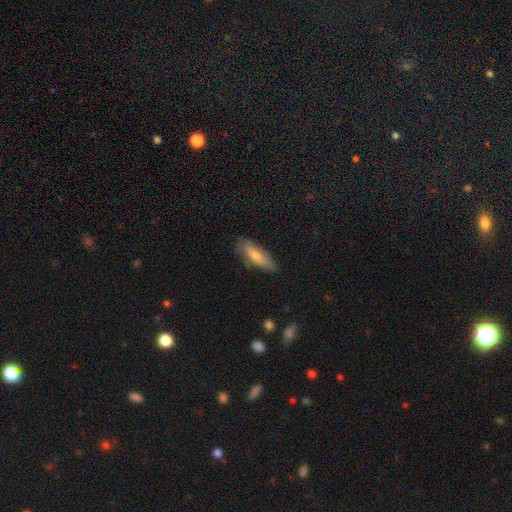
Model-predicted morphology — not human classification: A smooth galaxy with no disk features (73%) that is in between round and cigar-shaped (51%). Merging: none (76%).